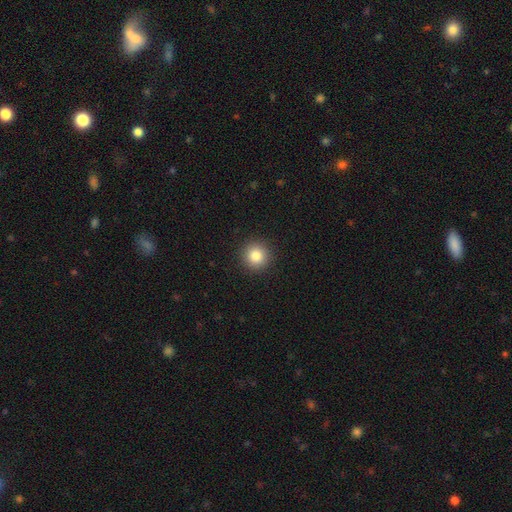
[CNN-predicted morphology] Smooth or featured: smooth — 84% (star or artifact — 11%)
How rounded: round — 94% (in between — 5%)
Merging: none — 92% (minor disturbance — 5%)